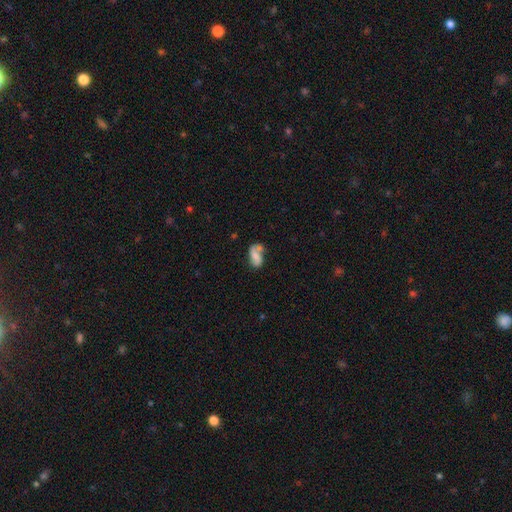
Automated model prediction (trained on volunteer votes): A smooth galaxy with no disk features (59%) that is in between round and cigar-shaped (88%). Merging: none (34%).